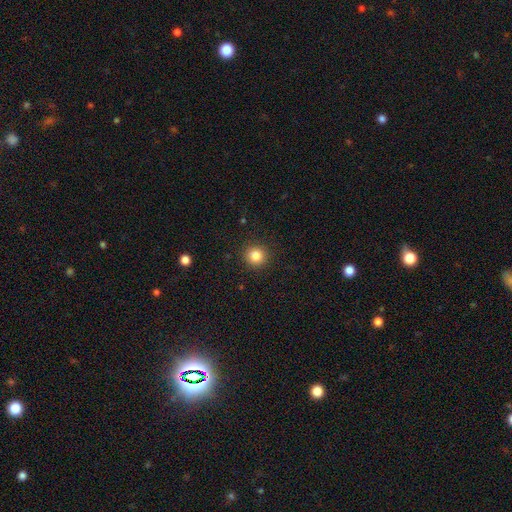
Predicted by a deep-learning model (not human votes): smooth 84%, star or artifact 11%, featured or disk 5%. Down the decision tree: how rounded — round (93%); merging — none (91%).